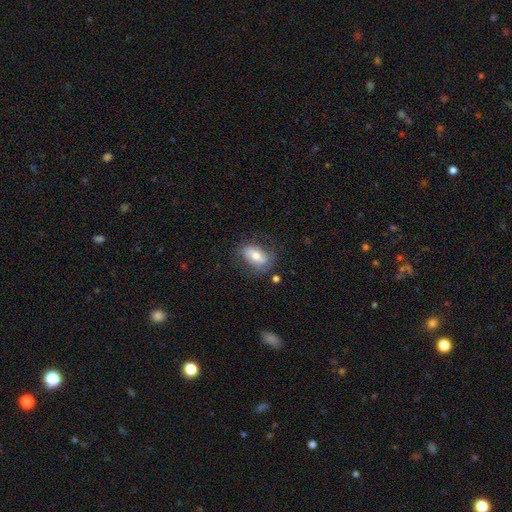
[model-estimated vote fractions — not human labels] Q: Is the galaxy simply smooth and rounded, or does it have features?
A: smooth — 50%.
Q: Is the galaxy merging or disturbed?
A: none — 65%.